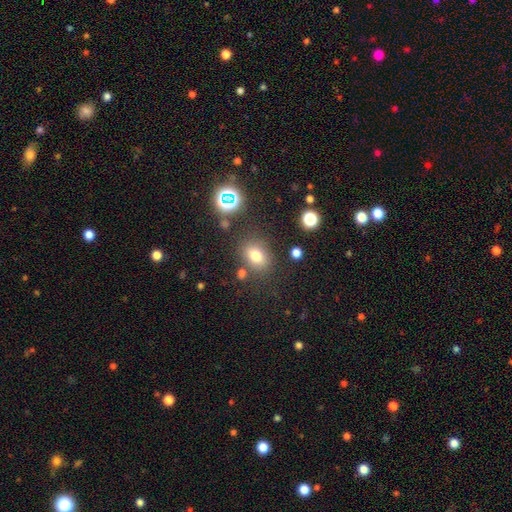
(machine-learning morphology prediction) Smooth or featured? smooth (74%)
How rounded? in between (60%)
Merging? none (76%)